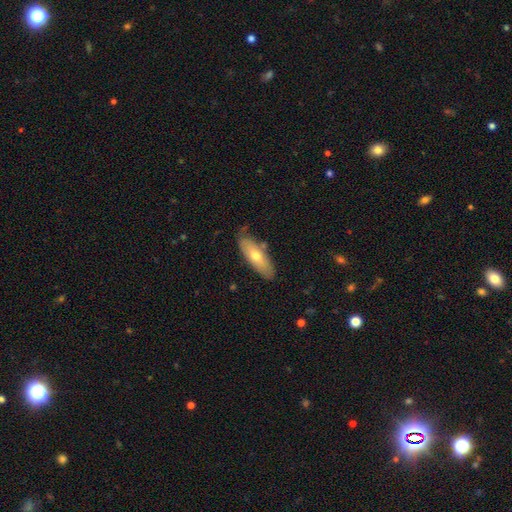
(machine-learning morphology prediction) smooth 62%, featured or disk 32%, star or artifact 6%. Down the decision tree: how rounded — in between (62%); merging — none (76%).